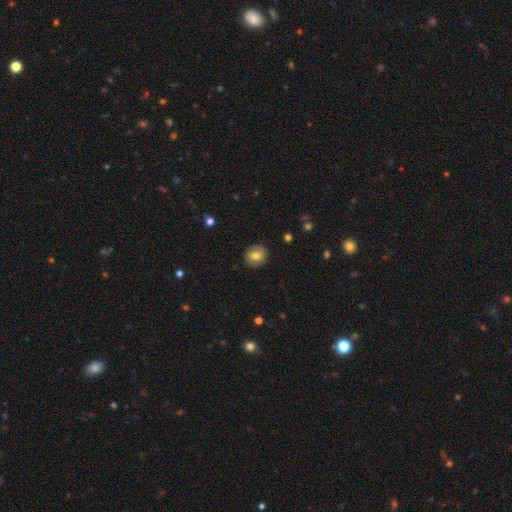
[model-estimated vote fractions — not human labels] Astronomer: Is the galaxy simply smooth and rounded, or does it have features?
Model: smooth — 75%.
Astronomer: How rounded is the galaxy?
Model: round — 78%.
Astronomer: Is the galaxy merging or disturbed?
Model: none — 88%.